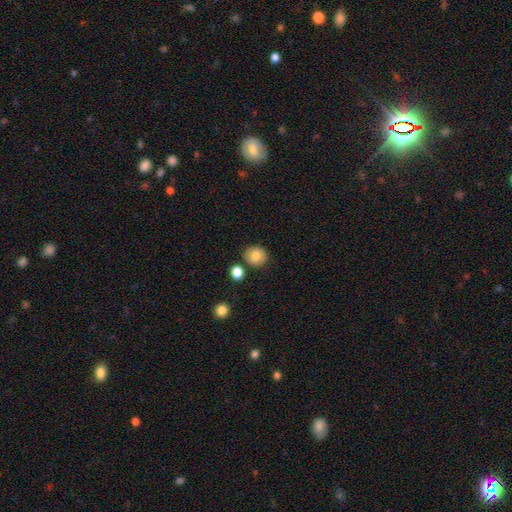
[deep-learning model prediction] Smooth or featured? smooth (80%)
How rounded? round (80%)
Merging? none (83%)